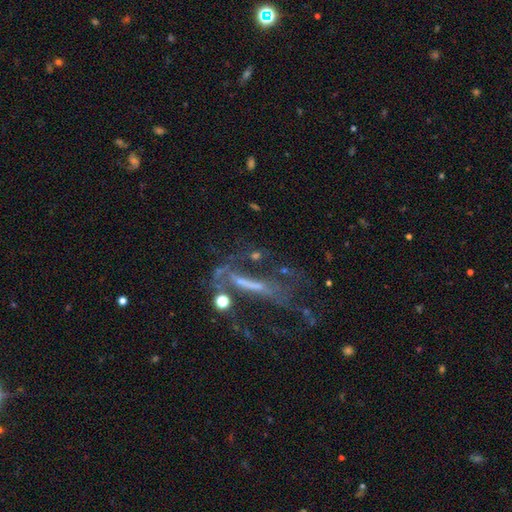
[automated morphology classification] Smooth or featured?
  - featured or disk: 56% *
  - star or artifact: 22%
  - smooth: 21%
Edge-on disk?
  - no: 66% *
  - yes: 34%
Merging?
  - none: 36% *
  - major disturbance: 35%
  - minor disturbance: 16%
  - merger: 13%